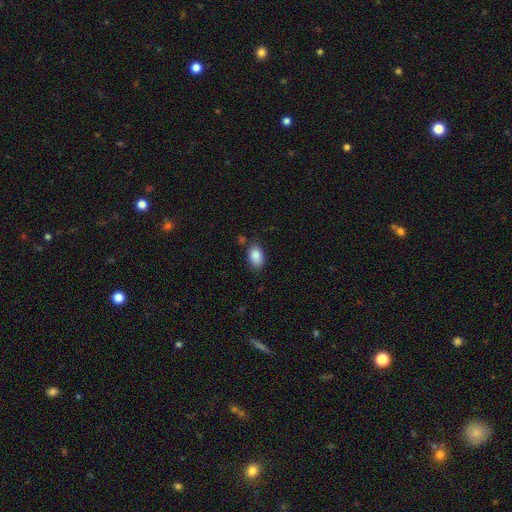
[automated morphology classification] This appears to be a smooth galaxy with no disk features (88%) that is in between round and cigar-shaped (89%). Merging: none (77%).